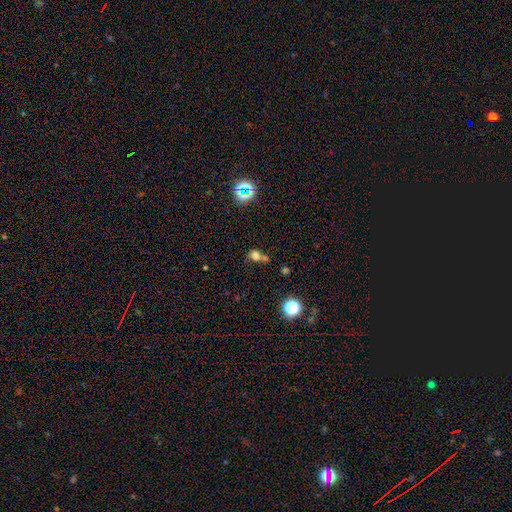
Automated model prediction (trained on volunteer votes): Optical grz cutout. It shows a smooth galaxy with no disk features (68%) that is round (63%). Merging: merger (41%).